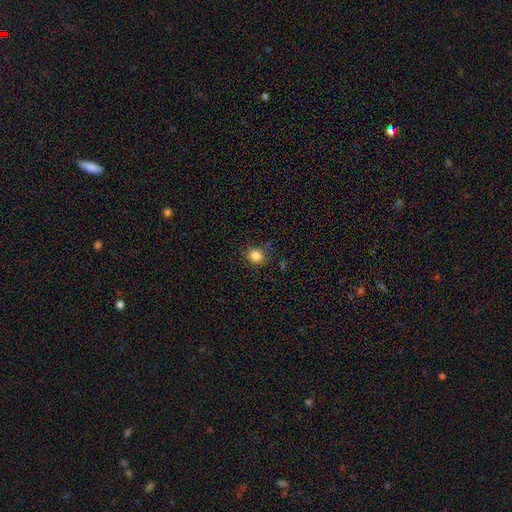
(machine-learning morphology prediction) smooth-or-featured: smooth: 84% | star or artifact: 11% | featured or disk: 5%
  how-rounded: round: 73% | in between: 26% | cigar-shaped: 1%
  merging: none: 78% | minor disturbance: 15% | major disturbance: 4% | merger: 2%